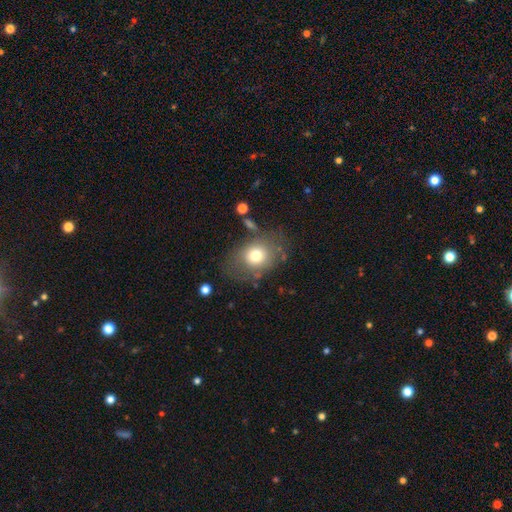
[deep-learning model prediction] Q: Smooth or featured?
A: smooth (71%); runner-up: featured or disk (19%)
Q: How rounded?
A: in between (54%); runner-up: round (45%)
Q: Merging?
A: none (65%); runner-up: minor disturbance (18%)